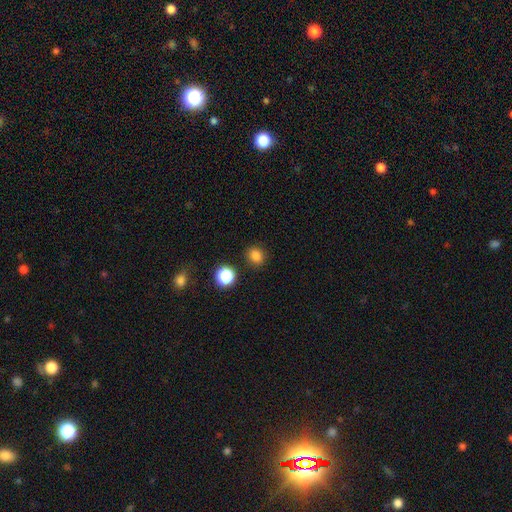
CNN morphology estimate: Smooth or featured? Predicted: smooth (p=0.82). How rounded? Predicted: round (p=0.71). Merging? Predicted: none (p=0.87).